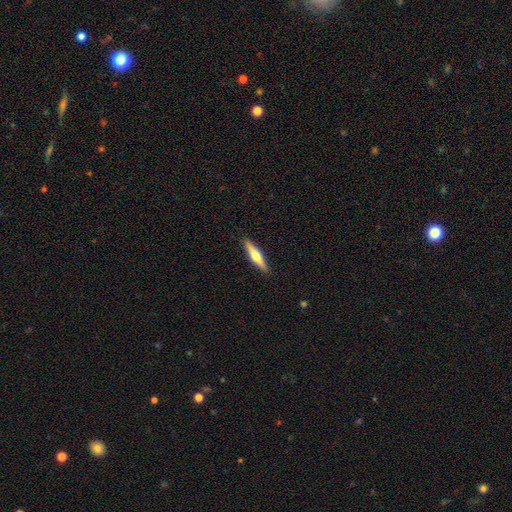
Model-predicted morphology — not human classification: Smooth or featured: featured or disk — 54% (smooth — 41%)
Edge-on disk: yes — 96% (no — 4%)
Edge-on bulge: rounded — 90% (boxy — 5%)
Merging: none — 91% (minor disturbance — 7%)